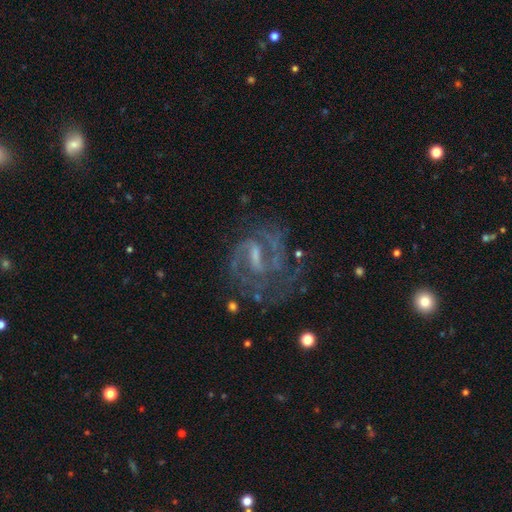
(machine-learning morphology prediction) featured or disk 86%, star or artifact 8%, smooth 6%. Down the decision tree: edge-on disk — no (97%); bar — weak (48%); spiral arms — yes (93%); spiral arm count — 2 (67%); spiral winding — medium (51%); bulge size — small (41%); merging — none (61%).